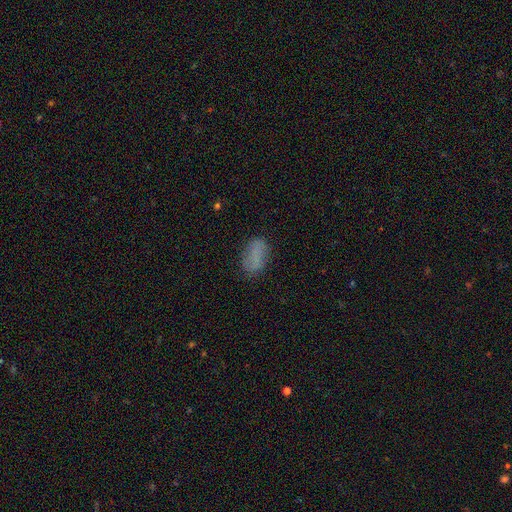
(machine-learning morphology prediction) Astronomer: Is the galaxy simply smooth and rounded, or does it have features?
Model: smooth — 78%.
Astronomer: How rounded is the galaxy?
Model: in between — 91%.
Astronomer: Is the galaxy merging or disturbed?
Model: none — 74%.